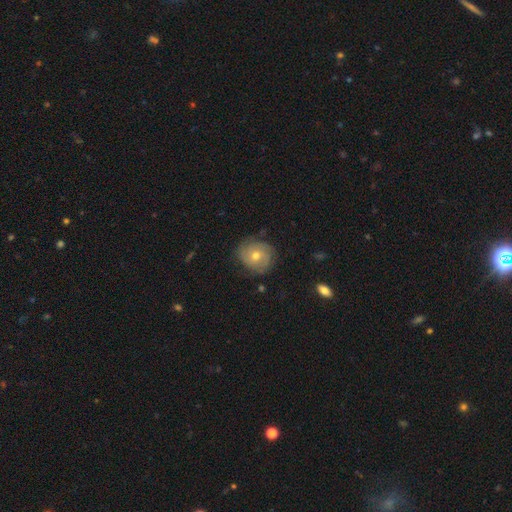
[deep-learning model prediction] Smooth or featured? featured or disk (62%)
Edge-on disk? no (97%)
Bar? no (79%)
Spiral arms? yes (84%)
Spiral winding? tight (64%)
Spiral arm count? can't tell (37%)
Bulge size? moderate (61%)
Merging? none (78%)